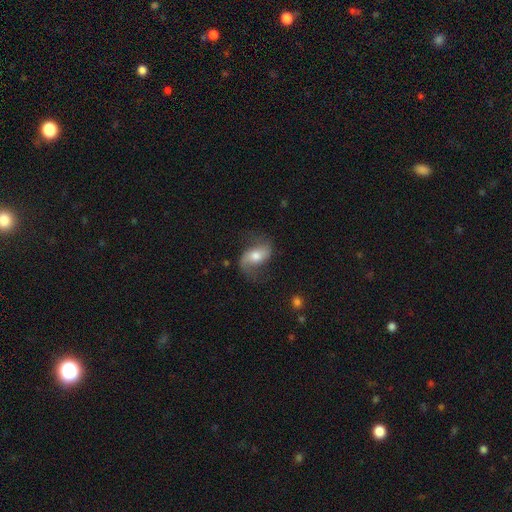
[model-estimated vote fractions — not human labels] Overall: featured or disk (68%). Edge-on disk: no (95%). Bar: no (42%; weak 37%). Spiral arms: yes (91%). Spiral arm count: 2 (88%). Spiral winding: loose (69%). Bulge size: moderate (62%). Merging: none (65%).